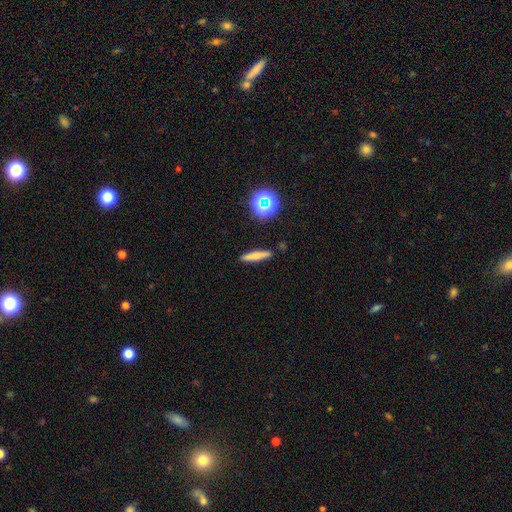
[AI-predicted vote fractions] Smooth or featured?
  - smooth: 67% *
  - featured or disk: 21%
  - star or artifact: 12%
How rounded?
  - cigar-shaped: 88% *
  - in between: 8%
  - round: 4%
Merging?
  - none: 90% *
  - minor disturbance: 7%
  - major disturbance: 2%
  - merger: 2%